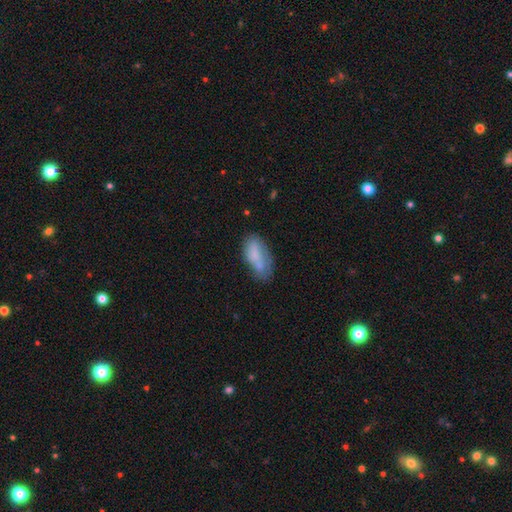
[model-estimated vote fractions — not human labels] smooth_or_featured: smooth (p=0.70) [alt: featured or disk p=0.22]
how_rounded: in between (p=0.87) [alt: cigar-shaped p=0.11]
merging: none (p=0.43) [alt: minor disturbance p=0.26]